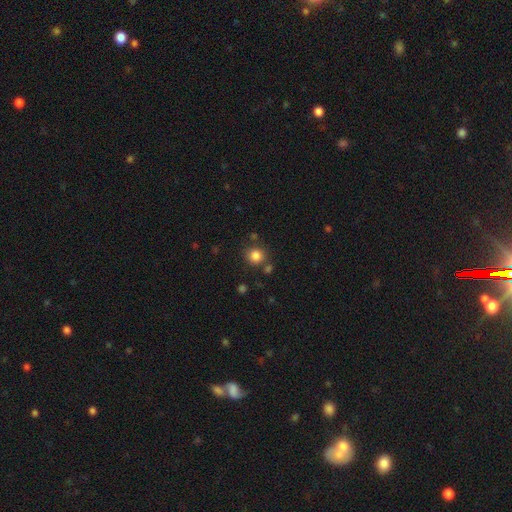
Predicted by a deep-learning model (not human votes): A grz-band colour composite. It shows a smooth galaxy with no disk features (83%) that is round (88%). Merging: none (78%).